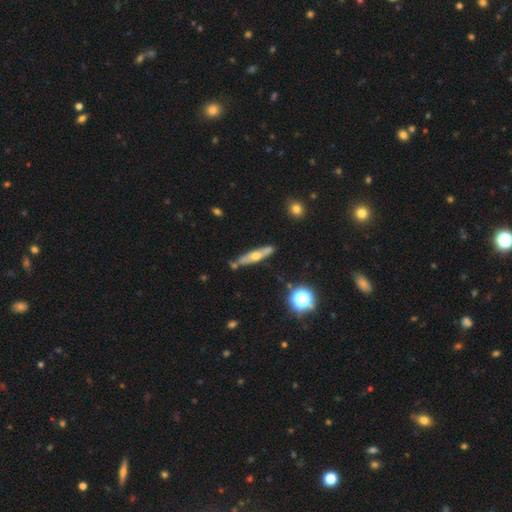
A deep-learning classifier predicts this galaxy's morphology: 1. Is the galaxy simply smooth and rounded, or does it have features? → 54% featured or disk, 38% smooth, 9% star or artifact.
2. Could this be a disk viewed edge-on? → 87% yes, 13% no.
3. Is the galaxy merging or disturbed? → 75% none, 15% minor disturbance, 8% merger, 3% major disturbance.